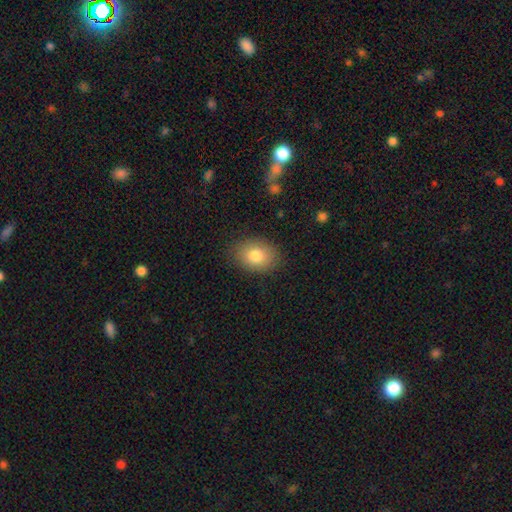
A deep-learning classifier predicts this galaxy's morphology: This is clearly a smooth galaxy (81%). How rounded: likely in between (70%). Merging: clearly none (85%).